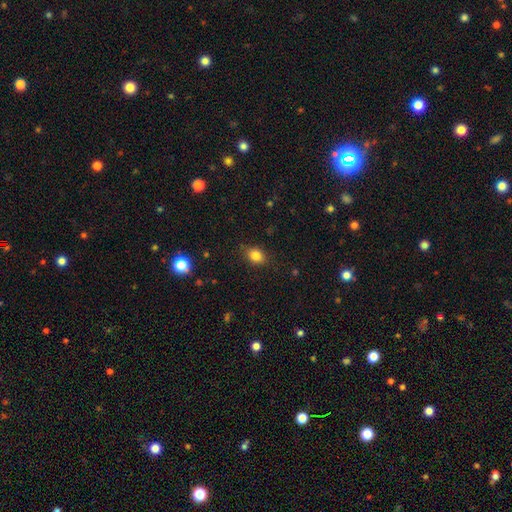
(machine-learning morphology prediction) A smooth galaxy with no disk features (82%) that is in between round and cigar-shaped (56%).

Vote fractions:
- Smooth or featured? smooth: 82% / star or artifact: 11% / featured or disk: 6%
- How rounded? in between: 56% / round: 43% / cigar-shaped: 1%
- Merging? none: 83% / minor disturbance: 13% / major disturbance: 3% / merger: 1%